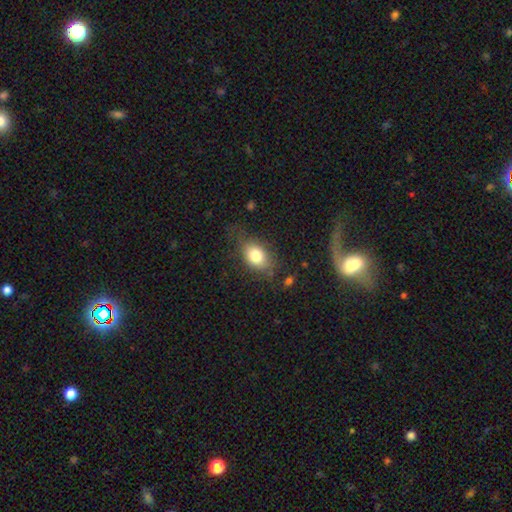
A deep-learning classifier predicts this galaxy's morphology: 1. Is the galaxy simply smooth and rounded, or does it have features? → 79% smooth, 13% featured or disk, 9% star or artifact.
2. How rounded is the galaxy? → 76% in between, 22% round, 2% cigar-shaped.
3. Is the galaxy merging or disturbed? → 66% none, 22% minor disturbance, 10% major disturbance, 2% merger.